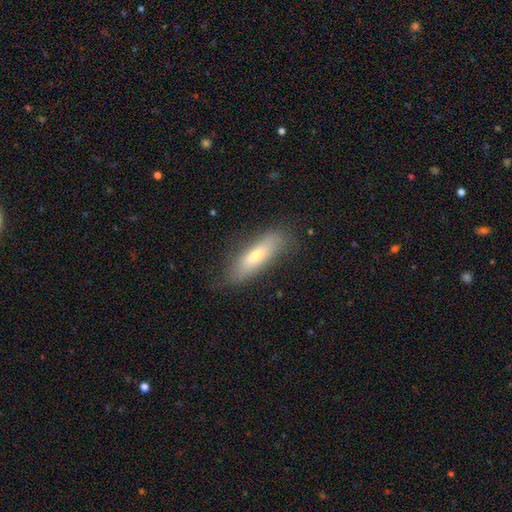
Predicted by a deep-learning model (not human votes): smooth-or-featured: smooth: 61% | featured or disk: 31% | star or artifact: 8%
  how-rounded: cigar-shaped: 55% | in between: 43% | round: 2%
  merging: none: 78% | minor disturbance: 16% | major disturbance: 5% | merger: 1%